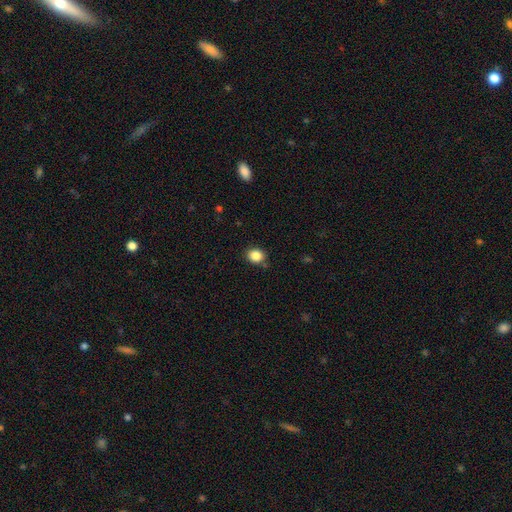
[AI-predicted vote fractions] smooth 86%, star or artifact 10%, featured or disk 4%. Down the decision tree: how rounded — round (67%); merging — none (83%).